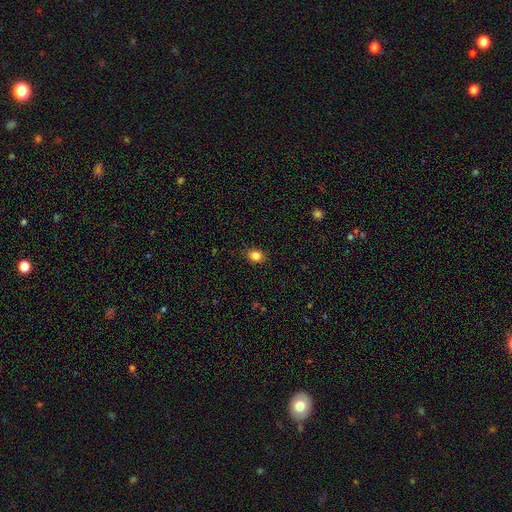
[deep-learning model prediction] Morphology: type=smooth (85%); roundness=round (52%); merging=none (87%).